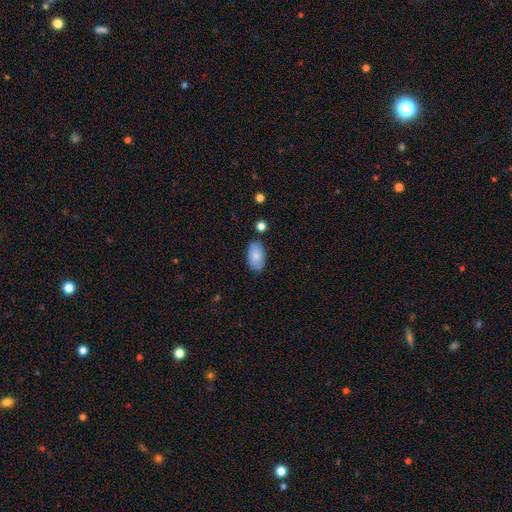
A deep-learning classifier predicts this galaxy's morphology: smooth-or-featured: smooth: 82% | featured or disk: 11% | star or artifact: 6%
  how-rounded: in between: 94% | round: 4% | cigar-shaped: 2%
  merging: none: 80% | minor disturbance: 14% | merger: 3% | major disturbance: 3%